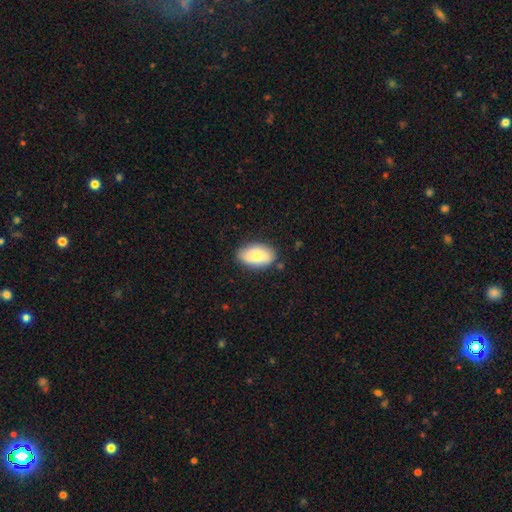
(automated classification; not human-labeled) Smooth or featured? Predicted: smooth (p=0.76). How rounded? Predicted: in between (p=0.93). Merging? Predicted: none (p=0.81).